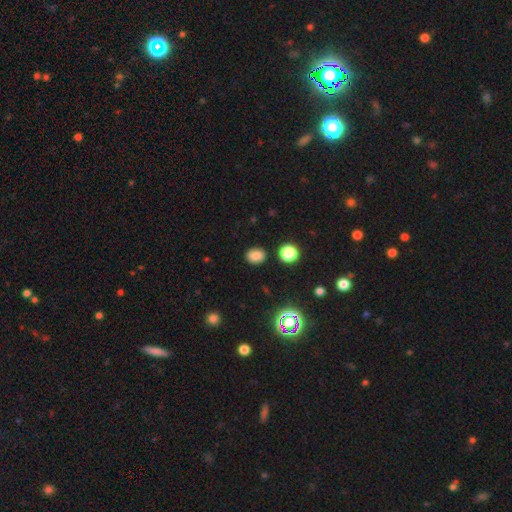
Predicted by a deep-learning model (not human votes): smooth-or-featured: smooth: 80% | star or artifact: 14% | featured or disk: 6%
  how-rounded: round: 53% | in between: 46% | cigar-shaped: 1%
  merging: none: 87% | minor disturbance: 8% | major disturbance: 3% | merger: 2%